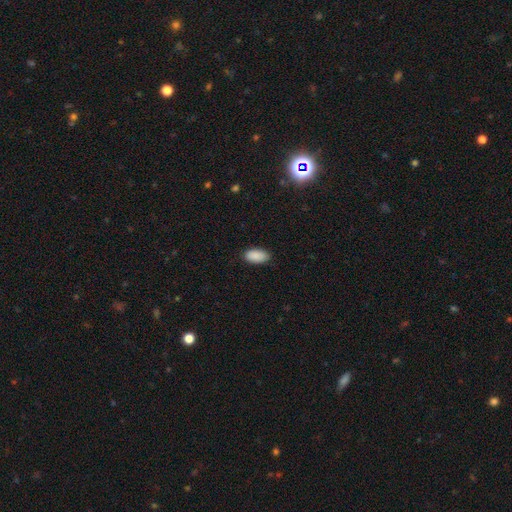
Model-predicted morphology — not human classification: smooth_or_featured: smooth (p=0.90) [alt: star or artifact p=0.07]
how_rounded: in between (p=0.95) [alt: round p=0.03]
merging: none (p=0.85) [alt: minor disturbance p=0.11]